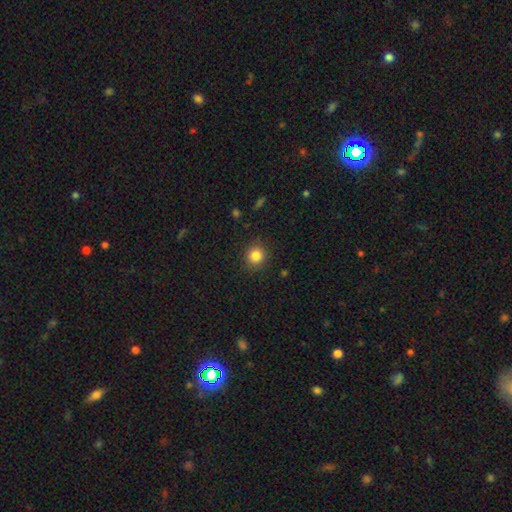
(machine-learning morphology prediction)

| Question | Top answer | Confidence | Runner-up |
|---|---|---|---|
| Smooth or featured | smooth | 84% | star or artifact (11%) |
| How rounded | round | 87% | in between (12%) |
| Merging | none | 89% | minor disturbance (7%) |